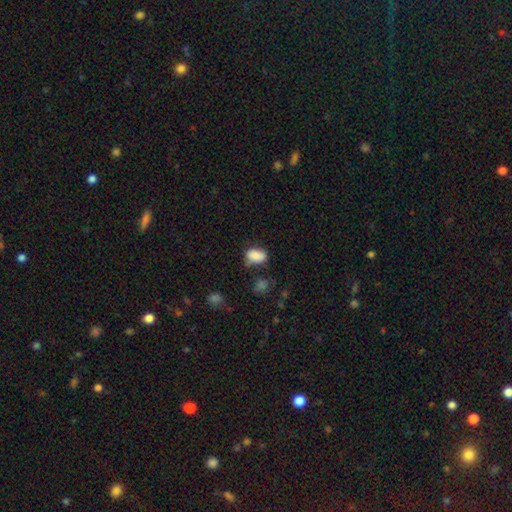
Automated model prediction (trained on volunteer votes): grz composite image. It shows a smooth galaxy with no disk features (85%) that is in between round and cigar-shaped (89%). Merging: none (58%).